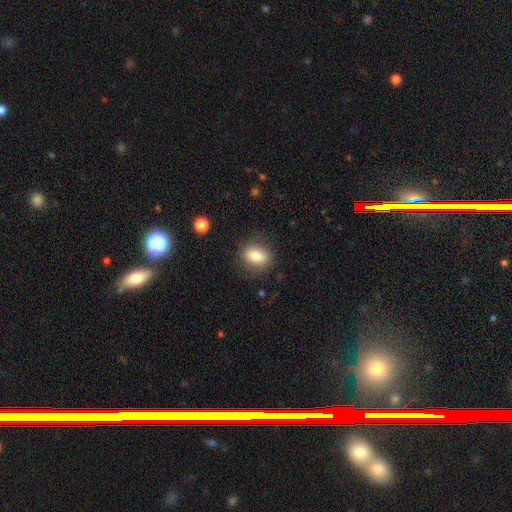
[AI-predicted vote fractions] Smooth or featured? smooth (79%)
How rounded? in between (62%)
Merging? none (83%)